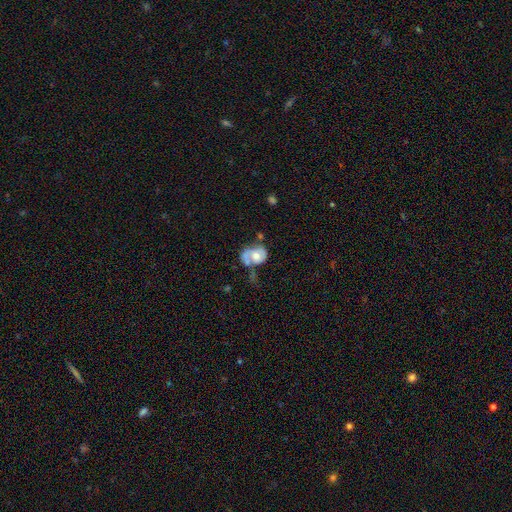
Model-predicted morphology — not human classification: type=featured or disk (55%); edge-on=no (97%); bar=no (77%); spiral arms=yes (63%); bulge=moderate (63%); merging=major disturbance (31%).